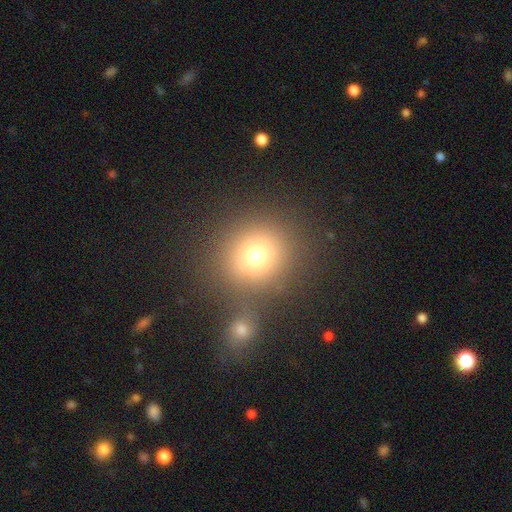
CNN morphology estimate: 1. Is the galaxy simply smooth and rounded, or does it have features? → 71% smooth, 18% star or artifact, 11% featured or disk.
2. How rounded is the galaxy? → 86% round, 13% in between, 1% cigar-shaped.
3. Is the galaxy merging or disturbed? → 72% none, 16% merger, 8% minor disturbance, 4% major disturbance.